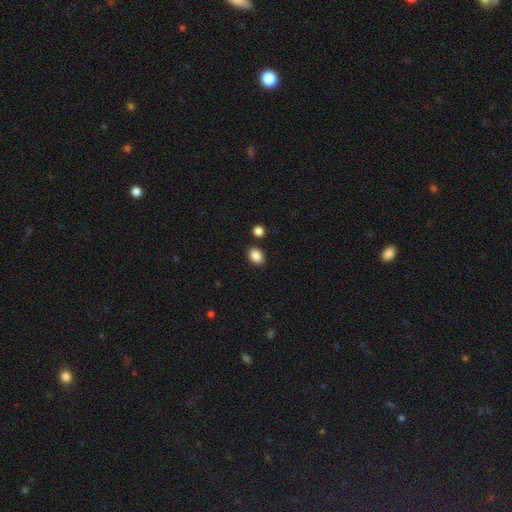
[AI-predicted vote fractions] A smooth galaxy with no disk features (87%) that is in between round and cigar-shaped (74%). Merging: none (85%).